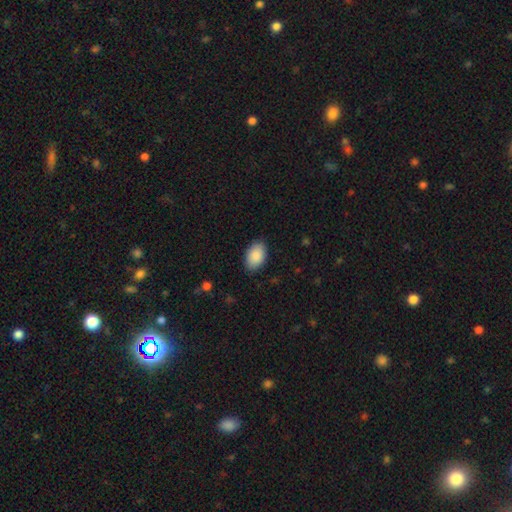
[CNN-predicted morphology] smooth_or_featured: smooth (p=0.90) [alt: star or artifact p=0.06]
how_rounded: in between (p=0.91) [alt: round p=0.08]
merging: none (p=0.87) [alt: minor disturbance p=0.10]